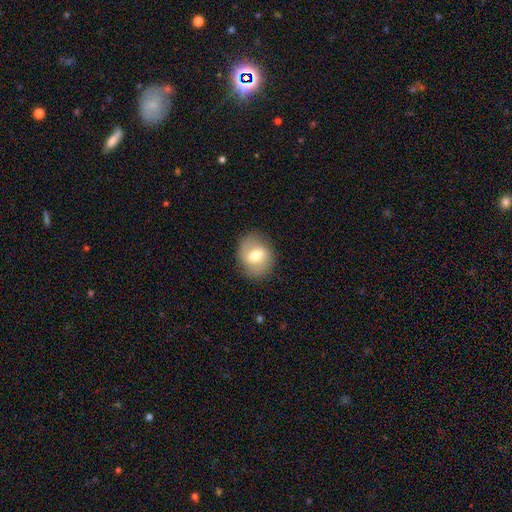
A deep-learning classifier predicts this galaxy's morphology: Smooth or featured?
  - smooth: 57% *
  - featured or disk: 36%
  - star or artifact: 8%
How rounded?
  - round: 63% *
  - in between: 36%
  - cigar-shaped: 1%
Merging?
  - none: 83% *
  - minor disturbance: 11%
  - major disturbance: 4%
  - merger: 1%